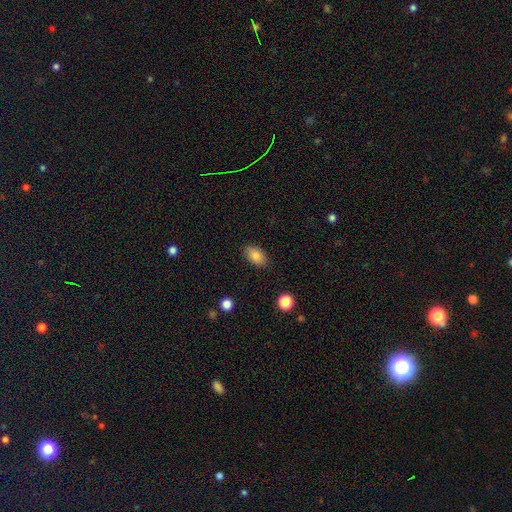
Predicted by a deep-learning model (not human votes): Smooth or featured?
  - smooth: 85% *
  - star or artifact: 8%
  - featured or disk: 7%
How rounded?
  - in between: 90% *
  - round: 8%
  - cigar-shaped: 2%
Merging?
  - none: 85% *
  - minor disturbance: 11%
  - major disturbance: 3%
  - merger: 1%